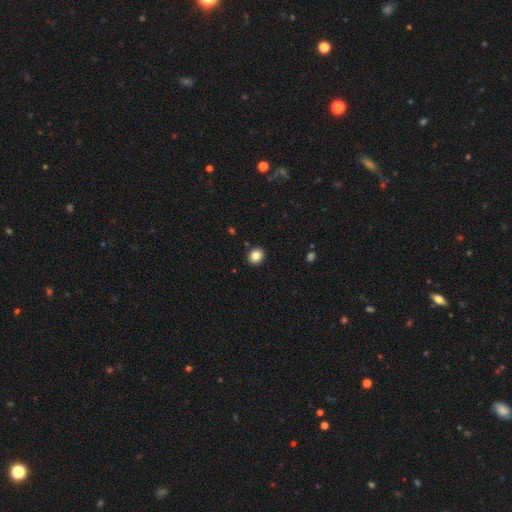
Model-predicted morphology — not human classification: Overall: smooth (85%). How rounded: round (79%). Merging: none (92%).